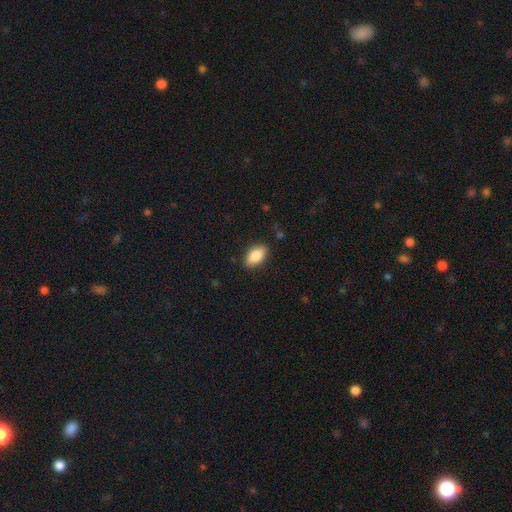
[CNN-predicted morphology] Smooth or featured?
  - smooth: 83% *
  - featured or disk: 10%
  - star or artifact: 7%
How rounded?
  - in between: 91% *
  - round: 5%
  - cigar-shaped: 4%
Merging?
  - none: 87% *
  - minor disturbance: 10%
  - major disturbance: 2%
  - merger: 1%